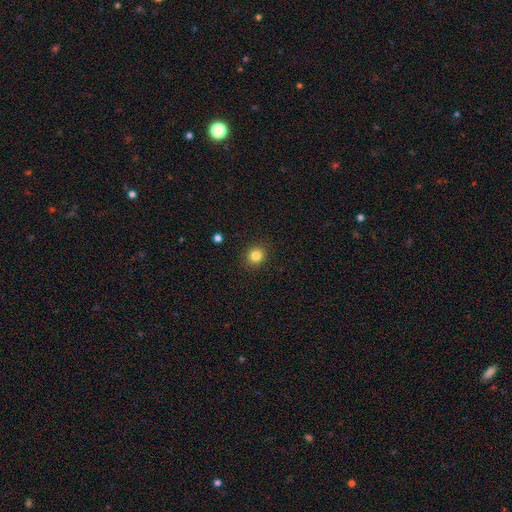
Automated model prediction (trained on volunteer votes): A smooth galaxy with no disk features (83%) that is round (86%). Merging: none (91%).